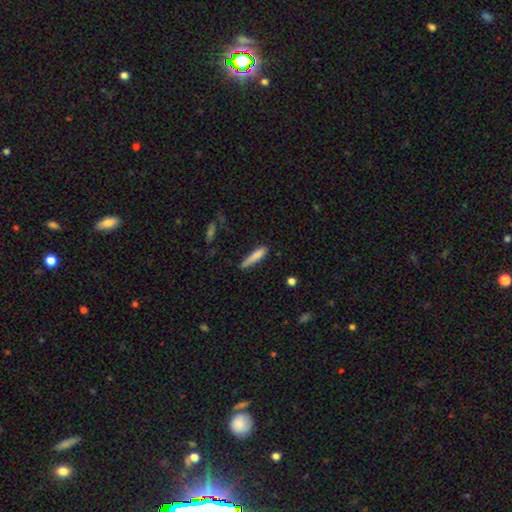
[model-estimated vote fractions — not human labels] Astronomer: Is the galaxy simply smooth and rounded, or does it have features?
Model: smooth — 82%.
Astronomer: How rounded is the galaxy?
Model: cigar-shaped — 85%.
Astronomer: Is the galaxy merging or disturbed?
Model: none — 73%.